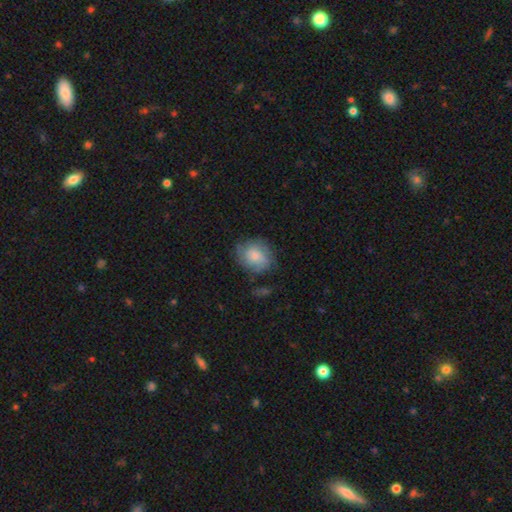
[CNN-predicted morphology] smooth_or_featured: smooth (p=0.61) [alt: featured or disk p=0.31]
how_rounded: round (p=0.64) [alt: in between p=0.35]
merging: none (p=0.64) [alt: minor disturbance p=0.24]